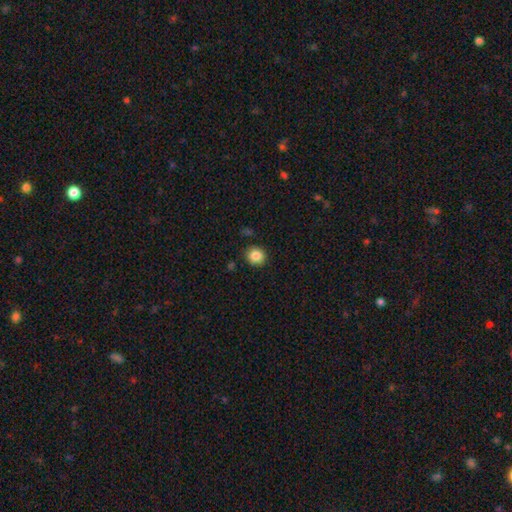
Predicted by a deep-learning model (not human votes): This appears to be a smooth galaxy with no disk features (85%) that is round (85%). Merging: none (89%).